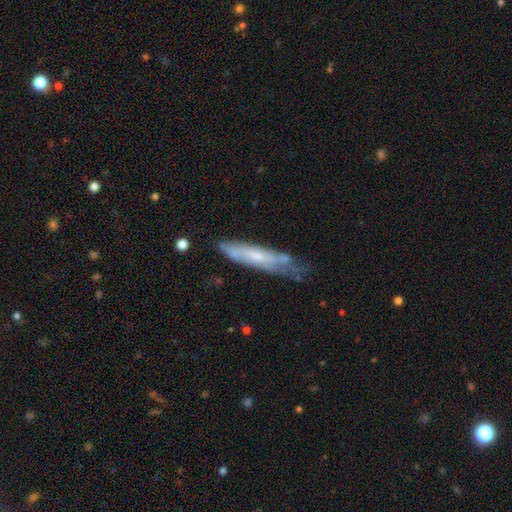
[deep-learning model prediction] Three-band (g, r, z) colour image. It shows a featured or disk galaxy (51%) viewed edge-on (52%). Merging: none (49%).